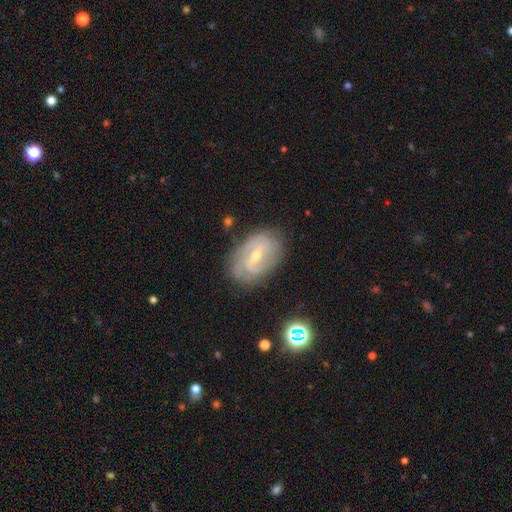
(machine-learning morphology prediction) The model was most divided on "spiral winding": tight: 43%, medium: 38%, loose: 19%. More confident: edge-on disk — no (95%); spiral arms — yes (87%); smooth or featured — featured or disk (78%); merging — none (75%); bulge size — small (58%); spiral arm count — 2 (52%); bar — weak (51%).